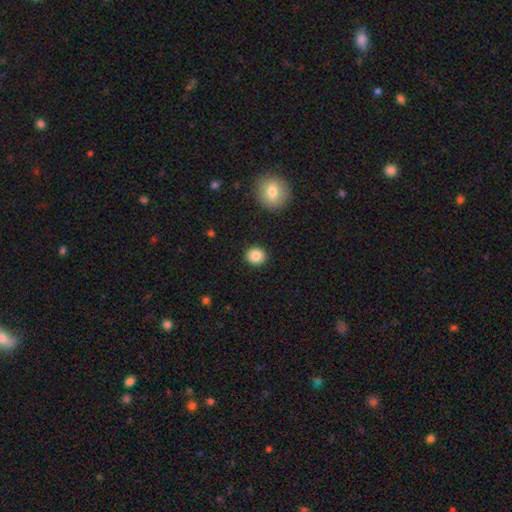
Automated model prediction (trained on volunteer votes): A smooth galaxy with no disk features (85%) that is round (83%). Merging: none (91%).